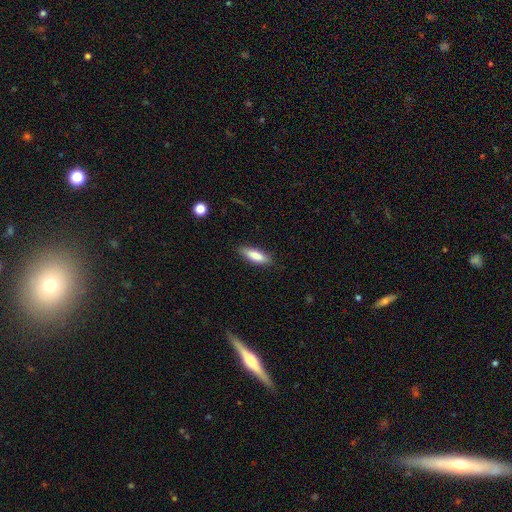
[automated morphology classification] Overall: smooth (82%). How rounded: cigar-shaped (50%; in between 48%). Merging: none (86%).